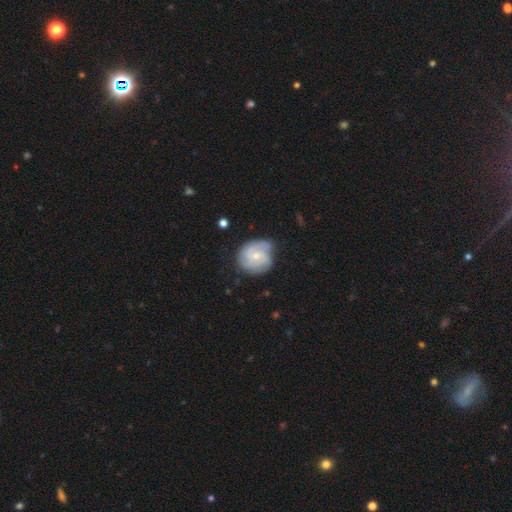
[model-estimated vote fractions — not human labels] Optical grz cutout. It shows a featured or disk galaxy (74%) with no bar (66%), 3 (36%) tight (56%) spiral arms (94%) and a small central bulge (61%). Merging: none (68%).